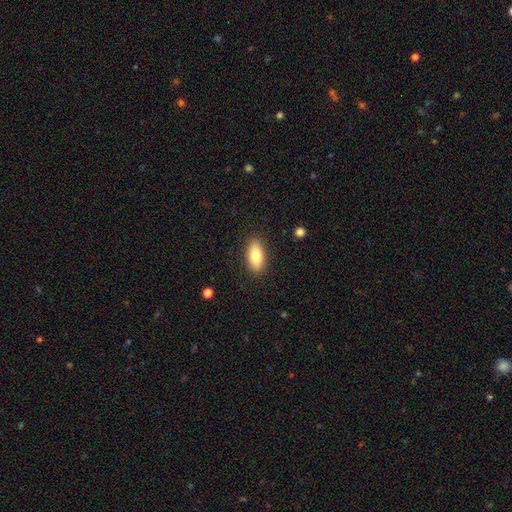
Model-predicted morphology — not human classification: smooth-or-featured: smooth: 82% | featured or disk: 12% | star or artifact: 7%
  how-rounded: in between: 85% | cigar-shaped: 12% | round: 3%
  merging: none: 88% | minor disturbance: 9% | major disturbance: 2% | merger: 1%